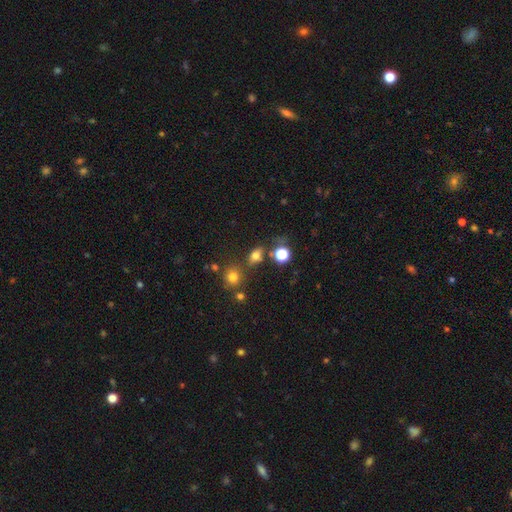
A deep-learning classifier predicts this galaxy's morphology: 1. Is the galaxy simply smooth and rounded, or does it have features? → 71% smooth, 19% star or artifact, 11% featured or disk.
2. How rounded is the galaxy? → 66% in between, 31% round, 3% cigar-shaped.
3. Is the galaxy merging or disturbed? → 70% none, 13% minor disturbance, 11% merger, 5% major disturbance.